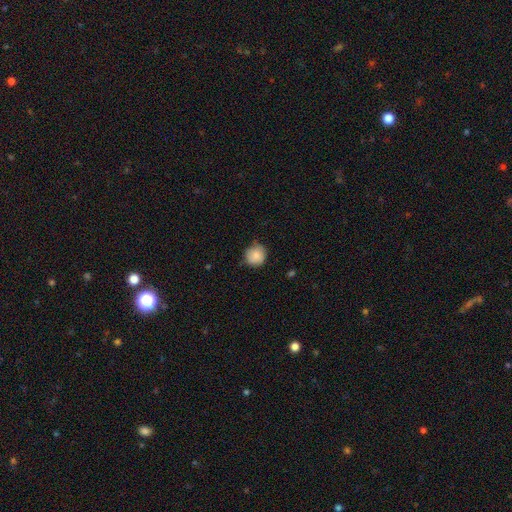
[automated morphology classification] A smooth galaxy with no disk features (85%) that is round (92%). Merging: none (76%).